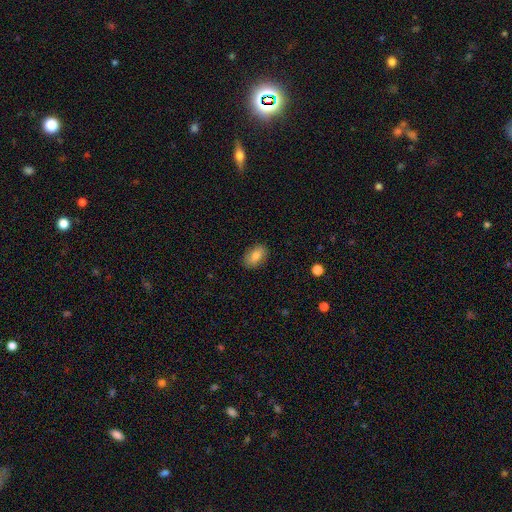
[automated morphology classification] smooth 80%, featured or disk 13%, star or artifact 8%. Down the decision tree: how rounded — in between (88%); merging — none (87%).